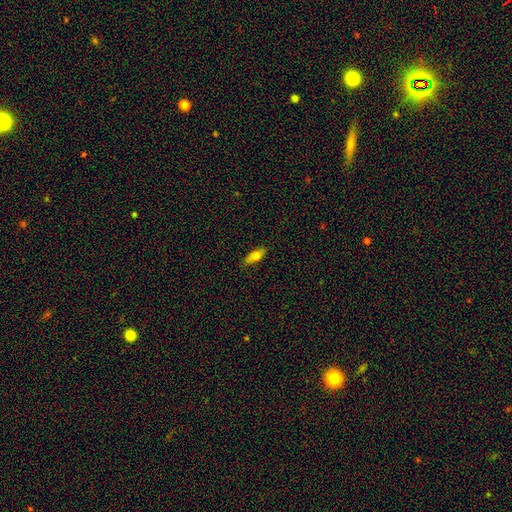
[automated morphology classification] Q: Smooth or featured?
A: smooth (74%); runner-up: featured or disk (19%)
Q: How rounded?
A: in between (72%); runner-up: cigar-shaped (25%)
Q: Merging?
A: none (82%); runner-up: minor disturbance (14%)